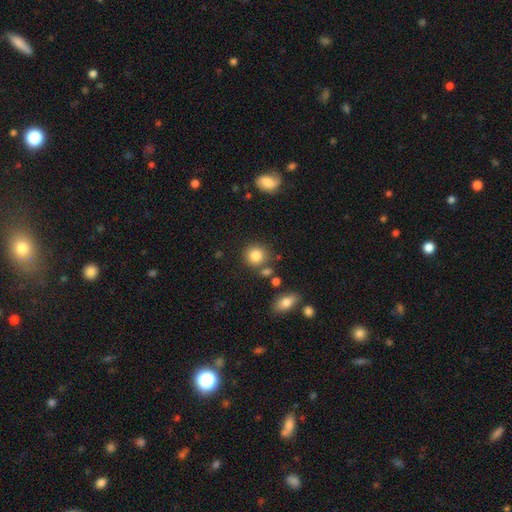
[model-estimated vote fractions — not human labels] smooth-or-featured: smooth: 83% | star or artifact: 10% | featured or disk: 7%
  how-rounded: round: 86% | in between: 13% | cigar-shaped: 1%
  merging: none: 77% | minor disturbance: 11% | merger: 9% | major disturbance: 4%